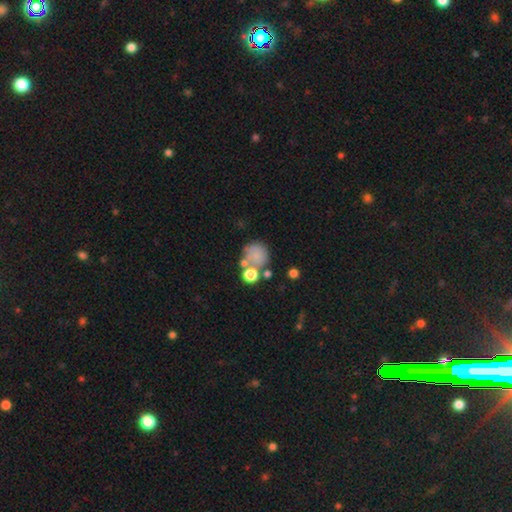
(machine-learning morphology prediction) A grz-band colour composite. It shows a smooth galaxy with no disk features (72%) that is round (86%). Merging: none (51%).